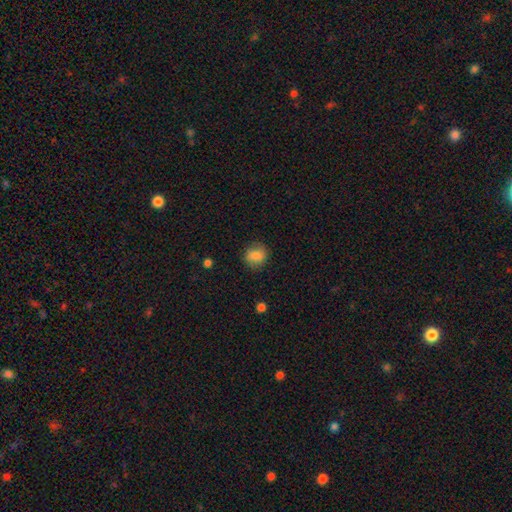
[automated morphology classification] Smooth or featured?
  - smooth: 84% *
  - star or artifact: 9%
  - featured or disk: 7%
How rounded?
  - round: 72% *
  - in between: 27%
  - cigar-shaped: 1%
Merging?
  - none: 82% *
  - minor disturbance: 13%
  - major disturbance: 4%
  - merger: 1%